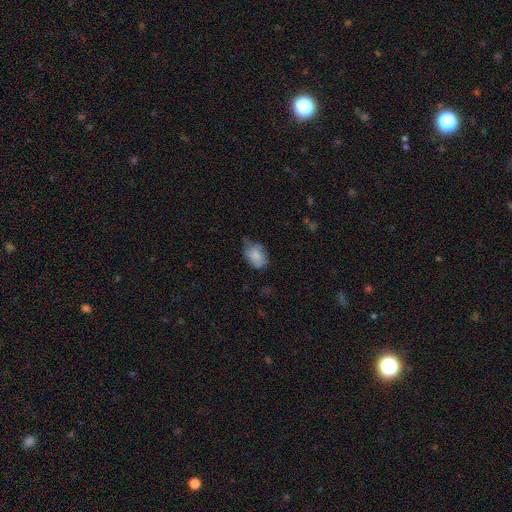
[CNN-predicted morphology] type=smooth (79%); roundness=in between (84%); merging=none (43%).